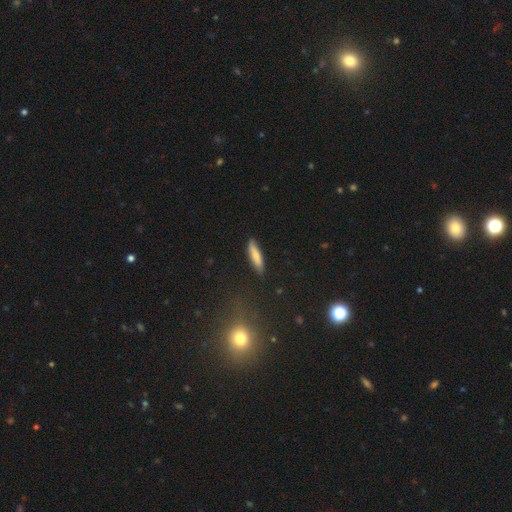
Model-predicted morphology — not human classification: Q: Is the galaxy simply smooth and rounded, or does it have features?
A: smooth — 76%.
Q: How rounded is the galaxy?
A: cigar-shaped — 79%.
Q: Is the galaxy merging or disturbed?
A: none — 86%.